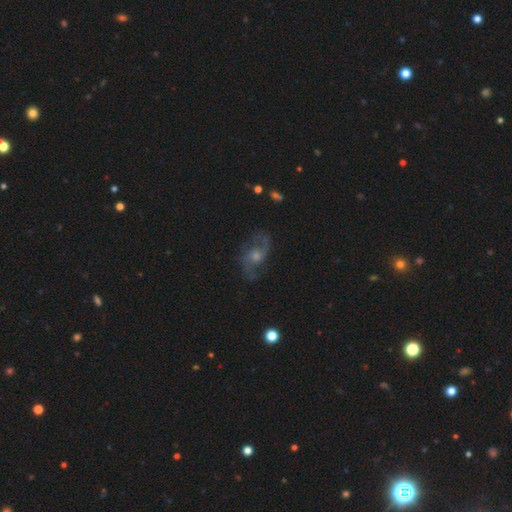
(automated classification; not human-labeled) Smooth or featured? featured or disk (82%)
Edge-on disk? no (97%)
Bar? no (60%)
Spiral arms? yes (95%)
Spiral winding? loose (46%)
Spiral arm count? 2 (89%)
Bulge size? moderate (49%)
Merging? none (76%)